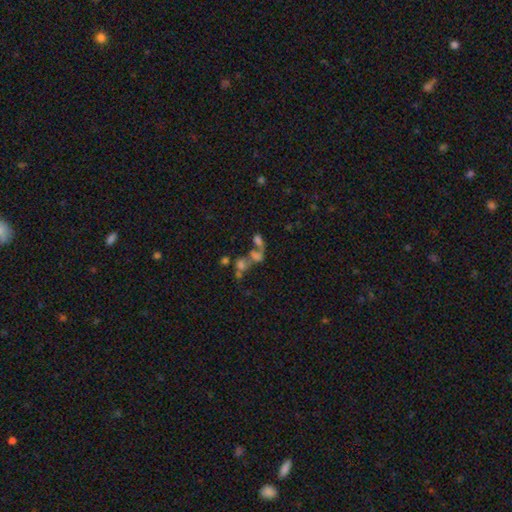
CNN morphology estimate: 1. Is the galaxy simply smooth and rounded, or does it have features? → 42% smooth, 33% featured or disk, 25% star or artifact.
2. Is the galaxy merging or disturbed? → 57% merger, 21% none, 15% major disturbance, 7% minor disturbance.